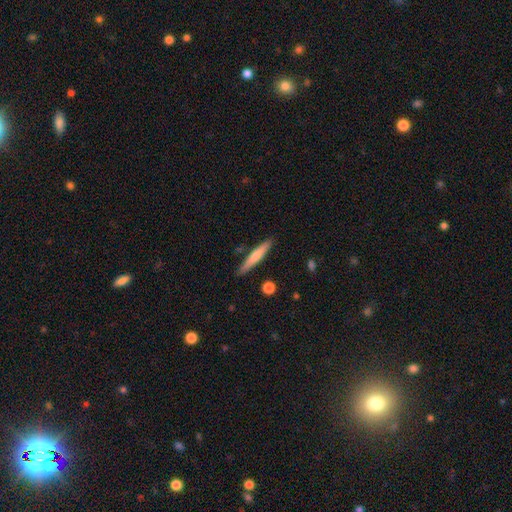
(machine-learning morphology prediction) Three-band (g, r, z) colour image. It shows a smooth galaxy with no disk features (67%) that is cigar-shaped (93%). Merging: none (87%).